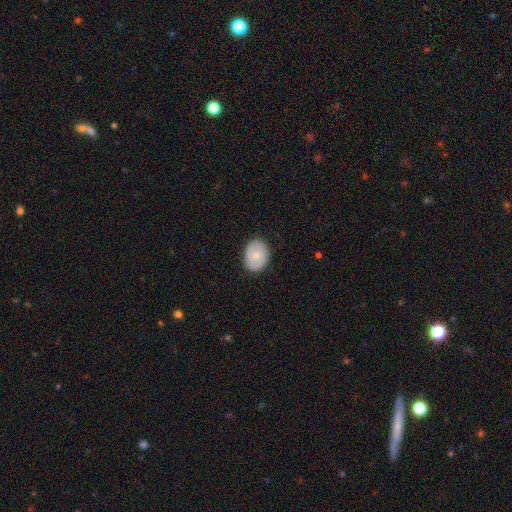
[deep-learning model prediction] The model was most divided on "how rounded": in between: 60%, round: 39%, cigar-shaped: 1%. More confident: merging — none (86%); smooth or featured — smooth (64%).